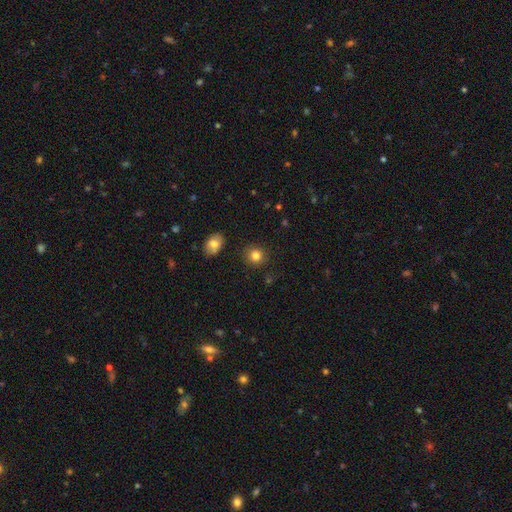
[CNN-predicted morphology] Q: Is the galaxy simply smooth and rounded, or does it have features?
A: smooth — 82%.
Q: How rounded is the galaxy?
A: round — 88%.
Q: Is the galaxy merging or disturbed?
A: none — 89%.